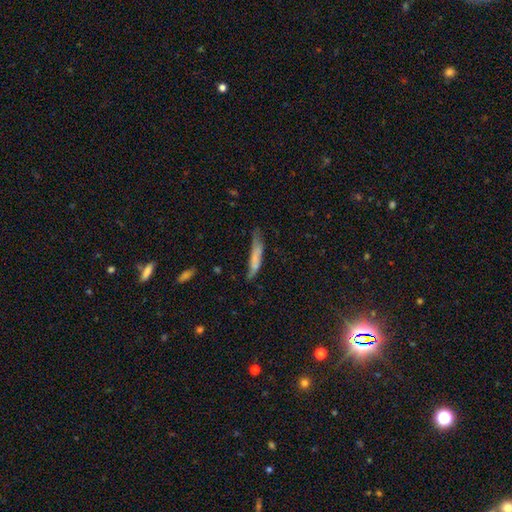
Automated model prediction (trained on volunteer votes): smooth-or-featured: smooth: 67% | featured or disk: 25% | star or artifact: 8%
  how-rounded: cigar-shaped: 85% | in between: 13% | round: 2%
  merging: none: 46% | minor disturbance: 33% | major disturbance: 16% | merger: 5%